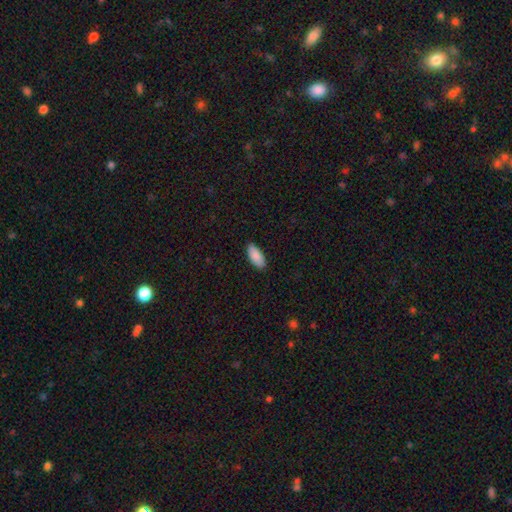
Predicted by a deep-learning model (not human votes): A smooth galaxy with no disk features (90%) that is in between round and cigar-shaped (88%).

Vote fractions:
- Smooth or featured? smooth: 90% / star or artifact: 6% / featured or disk: 4%
- How rounded? in between: 88% / cigar-shaped: 10% / round: 2%
- Merging? none: 89% / minor disturbance: 8% / major disturbance: 2% / merger: 1%